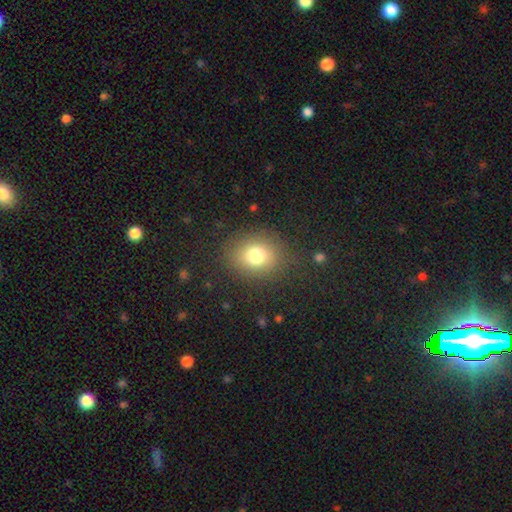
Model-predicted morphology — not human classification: This is likely a smooth galaxy (77%). How rounded: likely round (66%). Merging: clearly none (82%).